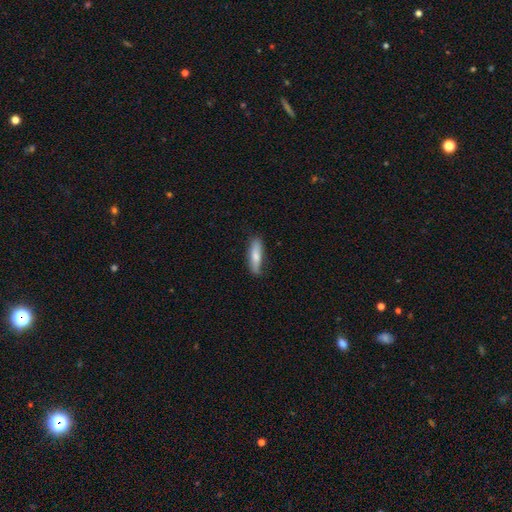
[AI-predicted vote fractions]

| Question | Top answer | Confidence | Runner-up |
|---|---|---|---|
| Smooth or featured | smooth | 73% | featured or disk (22%) |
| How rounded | cigar-shaped | 67% | in between (31%) |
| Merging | none | 75% | minor disturbance (20%) |